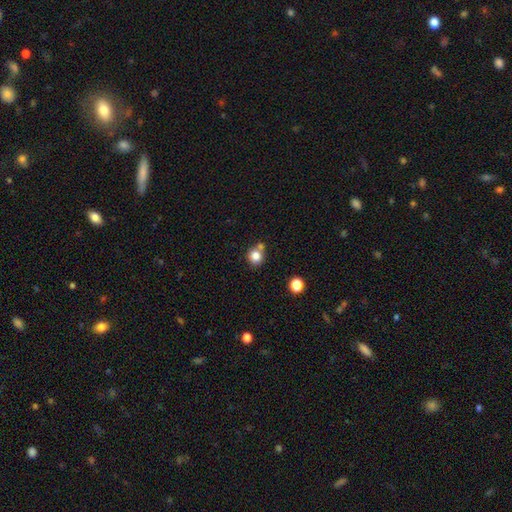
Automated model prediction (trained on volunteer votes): Smooth or featured?
  - smooth: 82% *
  - star or artifact: 11%
  - featured or disk: 7%
How rounded?
  - round: 89% *
  - in between: 10%
  - cigar-shaped: 1%
Merging?
  - none: 63% *
  - merger: 24%
  - minor disturbance: 10%
  - major disturbance: 3%